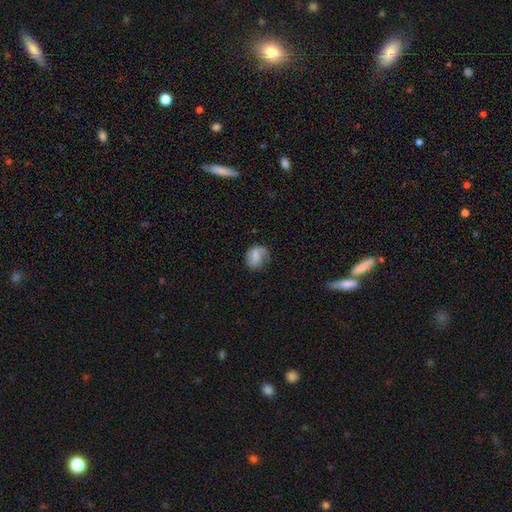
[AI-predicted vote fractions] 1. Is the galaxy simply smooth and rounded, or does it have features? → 54% smooth, 37% featured or disk, 9% star or artifact.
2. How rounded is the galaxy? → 59% round, 39% in between, 1% cigar-shaped.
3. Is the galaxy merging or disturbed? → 53% none, 28% minor disturbance, 17% major disturbance, 2% merger.